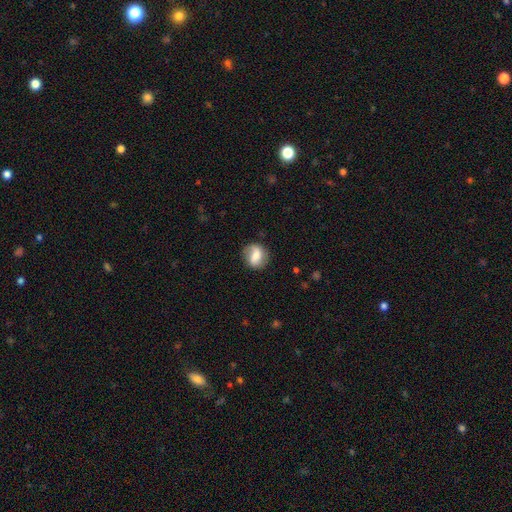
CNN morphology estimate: smooth_or_featured: smooth (p=0.56) [alt: featured or disk p=0.36]
how_rounded: round (p=0.64) [alt: in between p=0.34]
merging: none (p=0.80) [alt: minor disturbance p=0.14]